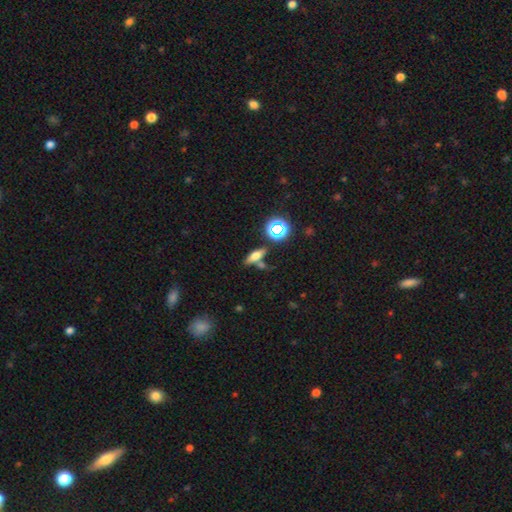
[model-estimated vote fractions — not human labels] A smooth galaxy with no disk features (55%) that is in between round and cigar-shaped (51%). Merging: none (66%).